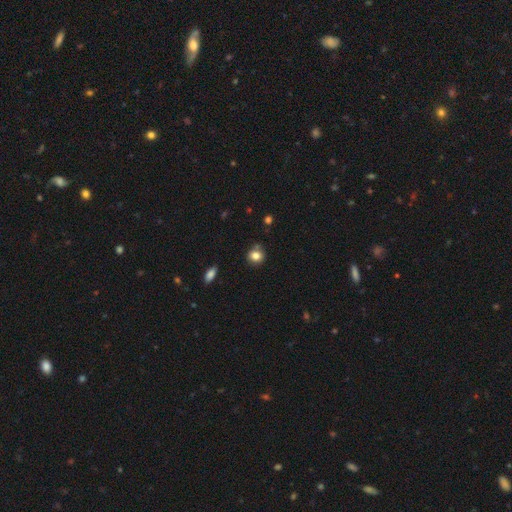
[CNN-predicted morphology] smooth-or-featured: smooth: 82% | star or artifact: 11% | featured or disk: 7%
  how-rounded: round: 77% | in between: 22% | cigar-shaped: 1%
  merging: none: 76% | minor disturbance: 15% | merger: 6% | major disturbance: 3%